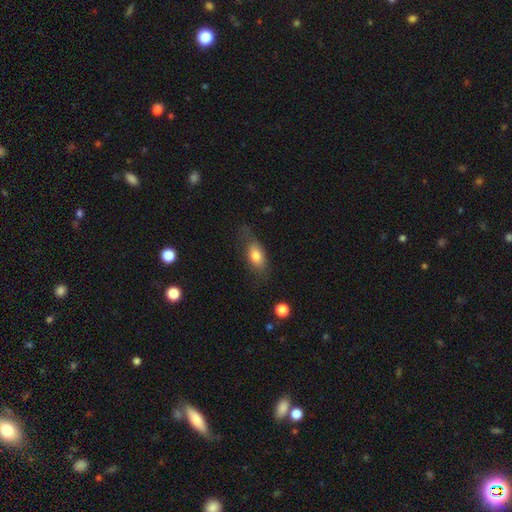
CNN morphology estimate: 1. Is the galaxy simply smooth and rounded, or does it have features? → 76% smooth, 16% featured or disk, 7% star or artifact.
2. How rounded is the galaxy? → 84% in between, 9% cigar-shaped, 7% round.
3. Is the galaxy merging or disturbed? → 58% none, 27% minor disturbance, 12% major disturbance, 2% merger.